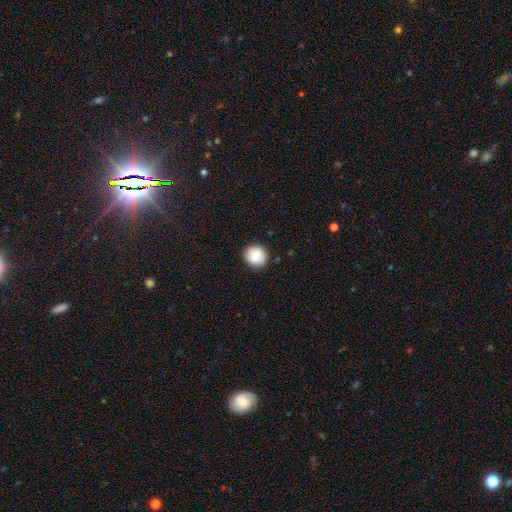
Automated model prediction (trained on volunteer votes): Morphology: type=smooth (75%); roundness=round (91%); merging=none (88%).